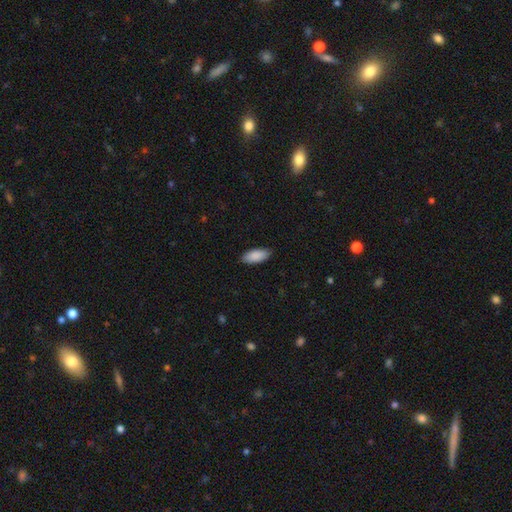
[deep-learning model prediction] smooth_or_featured: smooth (p=0.90) [alt: star or artifact p=0.06]
how_rounded: in between (p=0.86) [alt: cigar-shaped p=0.13]
merging: none (p=0.87) [alt: minor disturbance p=0.11]